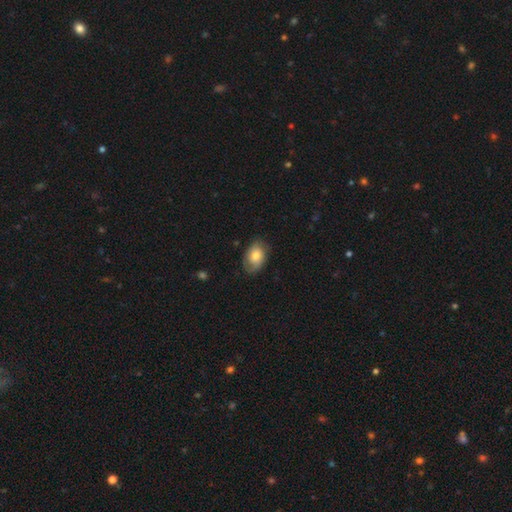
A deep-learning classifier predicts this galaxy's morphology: A smooth galaxy with no disk features (66%) that is in between round and cigar-shaped (83%).

Vote fractions:
- Smooth or featured? smooth: 66% / featured or disk: 26% / star or artifact: 7%
- How rounded? in between: 83% / round: 16% / cigar-shaped: 1%
- Merging? none: 72% / minor disturbance: 21% / major disturbance: 6% / merger: 1%